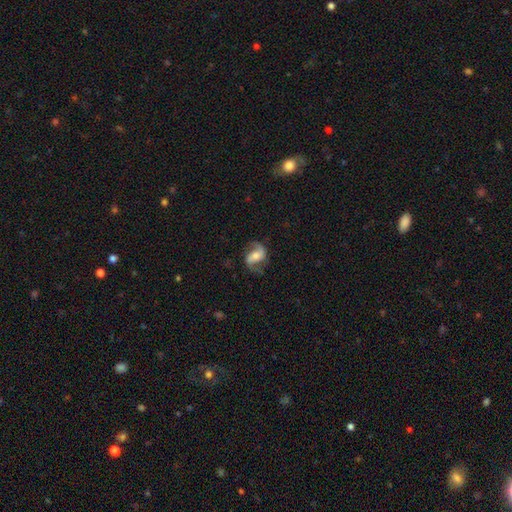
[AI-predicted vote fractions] smooth_or_featured: featured or disk (p=0.78) [alt: smooth p=0.16]
disk_edge_on: no (p=0.97) [alt: yes p=0.03]
bar: weak (p=0.38) [alt: no p=0.34]
has_spiral_arms: yes (p=0.94) [alt: no p=0.06]
spiral_winding: loose (p=0.47) [alt: medium p=0.41]
spiral_arm_count: 2 (p=0.89) [alt: 1 p=0.05]
bulge_size: moderate (p=0.50) [alt: small p=0.33]
merging: none (p=0.72) [alt: minor disturbance p=0.17]